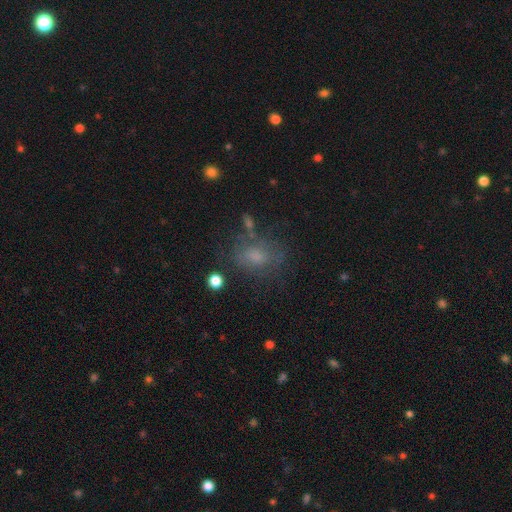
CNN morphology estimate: This is likely a smooth galaxy (61%). How rounded: likely in between (66%). Merging: likely none (61%).